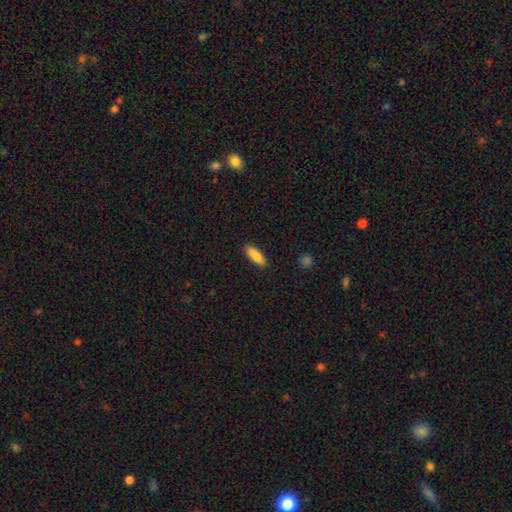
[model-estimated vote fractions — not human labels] Smooth or featured: smooth — 86% (featured or disk — 8%)
How rounded: in between — 59% (cigar-shaped — 39%)
Merging: none — 87% (minor disturbance — 10%)